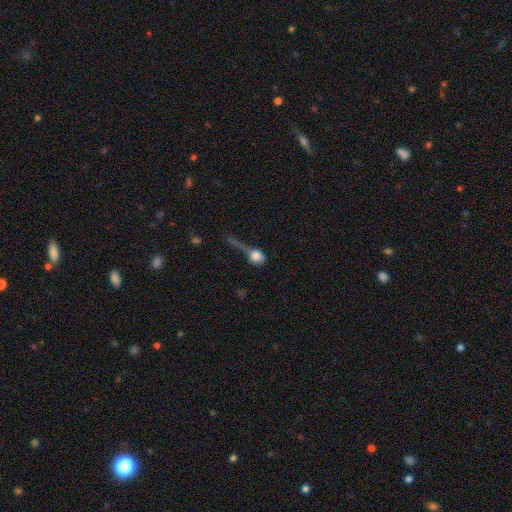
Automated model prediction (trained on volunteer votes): Q: Smooth or featured?
A: smooth (64%); runner-up: featured or disk (24%)
Q: How rounded?
A: round (56%); runner-up: in between (37%)
Q: Merging?
A: major disturbance (39%); runner-up: none (26%)